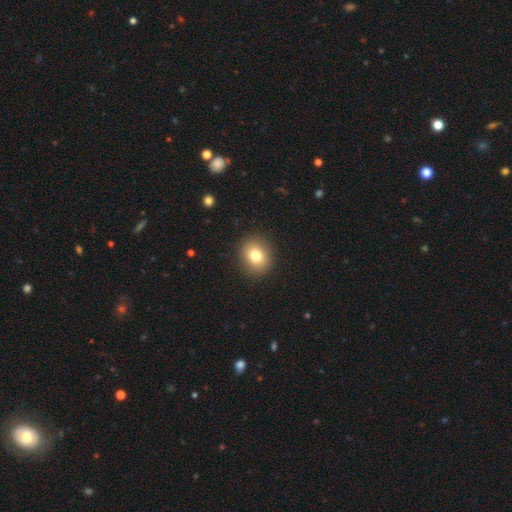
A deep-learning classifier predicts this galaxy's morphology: Q: Smooth or featured?
A: smooth (79%); runner-up: star or artifact (11%)
Q: How rounded?
A: round (70%); runner-up: in between (29%)
Q: Merging?
A: none (91%); runner-up: minor disturbance (6%)